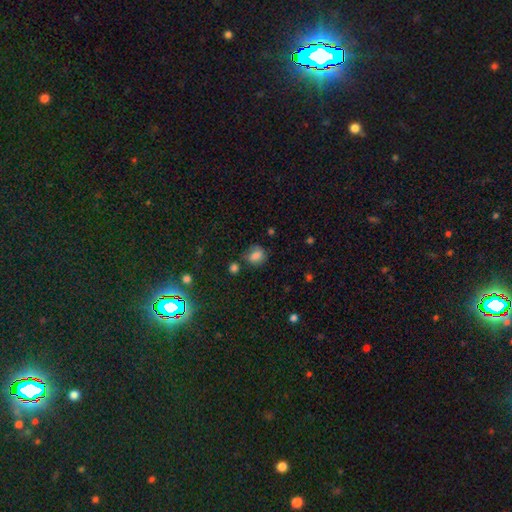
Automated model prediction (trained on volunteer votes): Smooth or featured? Predicted: smooth (p=0.77). How rounded? Predicted: round (p=0.50). Merging? Predicted: none (p=0.58).